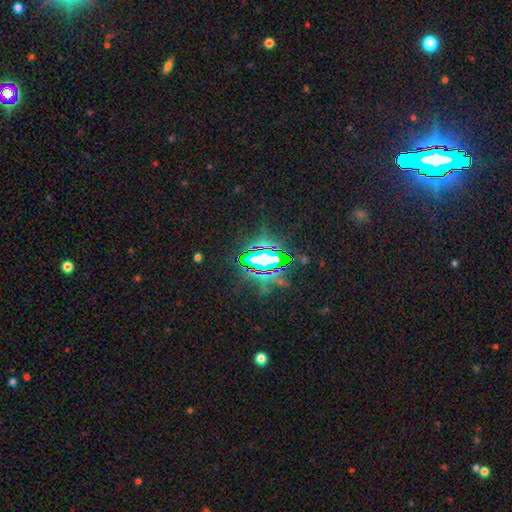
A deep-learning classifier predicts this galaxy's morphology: Smooth or featured?
  - star or artifact: 78% *
  - smooth: 11%
  - featured or disk: 11%